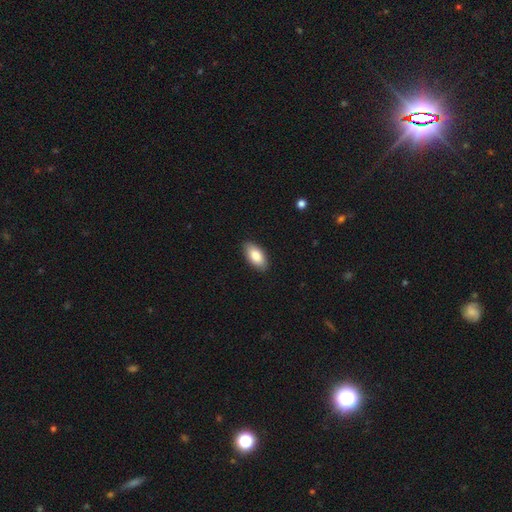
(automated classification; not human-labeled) Morphology: type=smooth (85%); roundness=in between (92%); merging=none (89%).